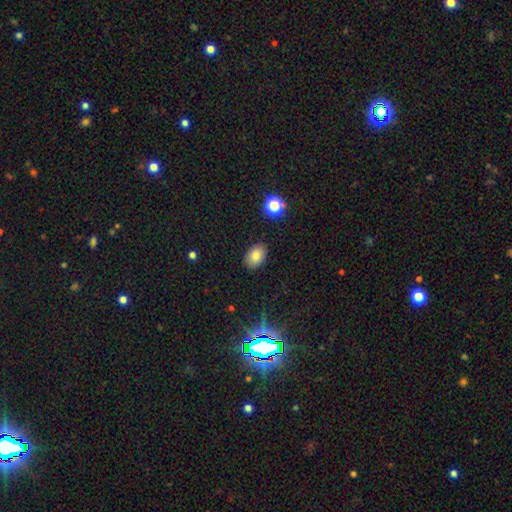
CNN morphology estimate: smooth-or-featured: smooth: 82% | star or artifact: 11% | featured or disk: 7%
  how-rounded: in between: 80% | round: 18% | cigar-shaped: 1%
  merging: none: 87% | minor disturbance: 9% | major disturbance: 2% | merger: 1%